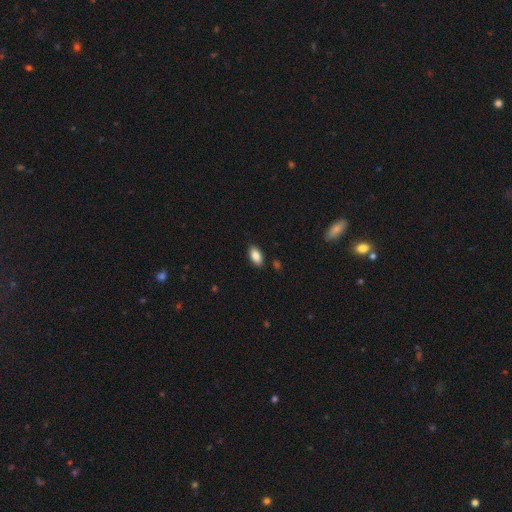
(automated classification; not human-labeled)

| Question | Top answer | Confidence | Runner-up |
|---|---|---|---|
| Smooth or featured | smooth | 86% | star or artifact (7%) |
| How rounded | in between | 93% | round (4%) |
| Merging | none | 88% | minor disturbance (9%) |